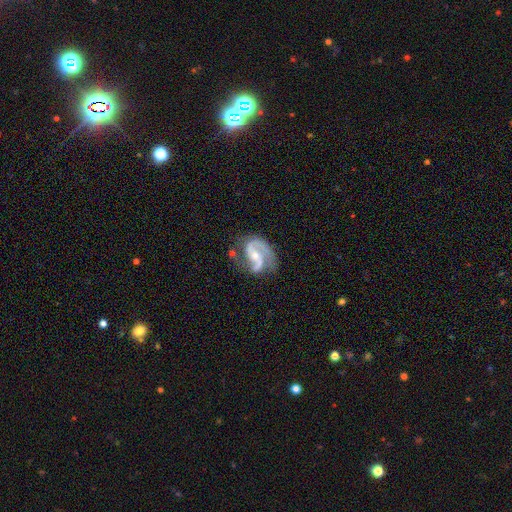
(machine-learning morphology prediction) A featured or disk galaxy (89%) with no bar (42%), 2 (85%) medium (55%) spiral arms (97%) and a small central bulge (50%).

Vote fractions:
- Smooth or featured? featured or disk: 89% / smooth: 6% / star or artifact: 5%
- Edge-on disk? no: 98% / yes: 2%
- Bar? no: 42% / weak: 39% / strong: 19%
- Spiral arms? yes: 97% / no: 3%
- Spiral winding? medium: 55% / loose: 27% / tight: 18%
- Spiral arm count? 2: 85% / 1: 9% / can't tell: 3% / 3: 2% / 4: 1% / more than 4: 1%
- Bulge size? small: 50% / moderate: 45% / none: 2% / large: 2% / dominant: 1%
- Merging? none: 55% / minor disturbance: 23% / major disturbance: 16% / merger: 5%